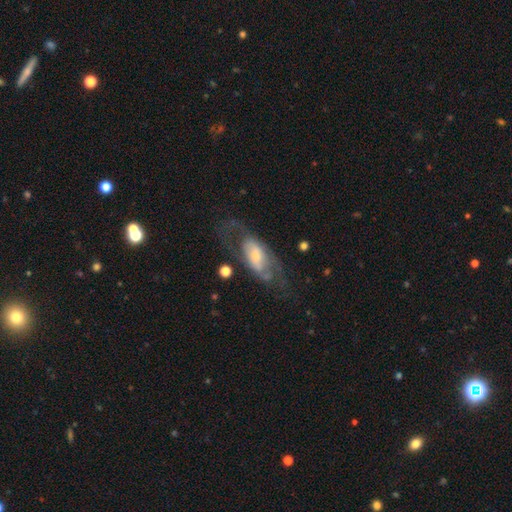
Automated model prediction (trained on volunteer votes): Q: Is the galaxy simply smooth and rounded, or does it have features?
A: featured or disk — 66%.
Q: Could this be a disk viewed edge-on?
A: no — 87%.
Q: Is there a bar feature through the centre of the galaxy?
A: no — 56%.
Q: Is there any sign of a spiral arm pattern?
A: yes — 62%.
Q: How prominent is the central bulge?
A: small — 51%.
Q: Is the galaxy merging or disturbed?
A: none — 52%.